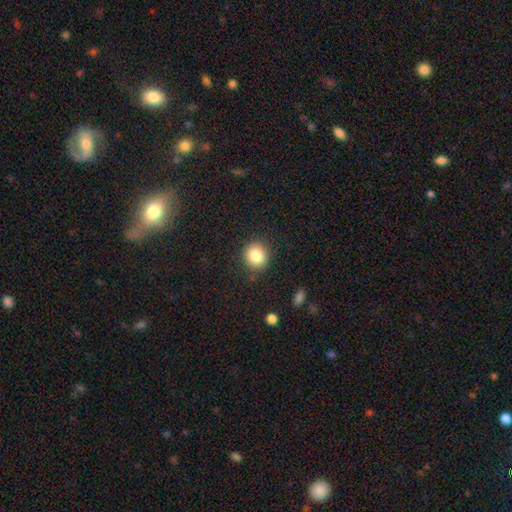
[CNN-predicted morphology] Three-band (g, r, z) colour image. It shows a smooth galaxy with no disk features (85%) that is round (84%). Merging: none (86%).